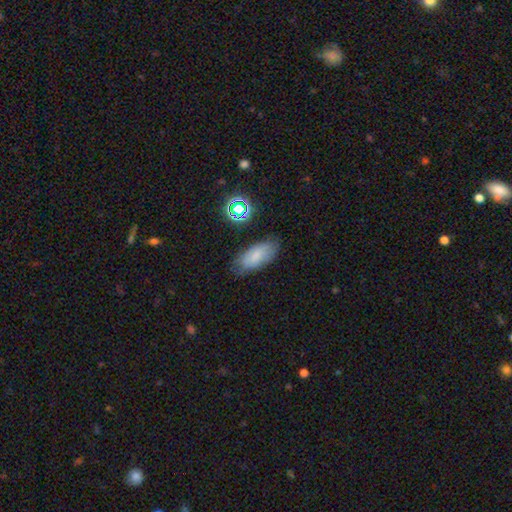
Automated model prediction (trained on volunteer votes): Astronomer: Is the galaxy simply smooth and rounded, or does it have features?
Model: smooth — 72%.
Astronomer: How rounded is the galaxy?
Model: in between — 88%.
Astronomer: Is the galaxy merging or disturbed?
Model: none — 74%.